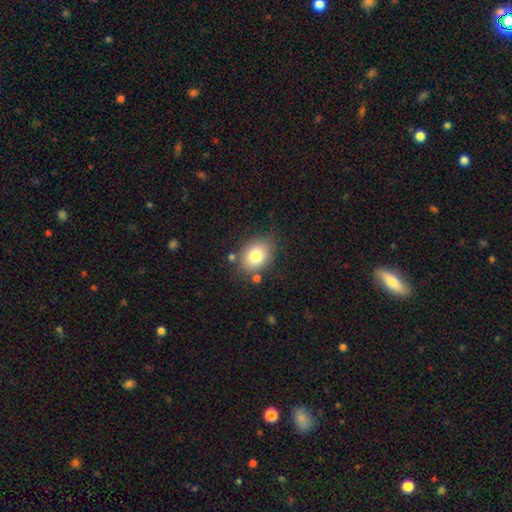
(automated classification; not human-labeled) A smooth galaxy with no disk features (80%) that is in between round and cigar-shaped (61%).

Vote fractions:
- Smooth or featured? smooth: 80% / featured or disk: 10% / star or artifact: 9%
- How rounded? in between: 61% / round: 38% / cigar-shaped: 1%
- Merging? none: 76% / minor disturbance: 15% / merger: 5% / major disturbance: 4%